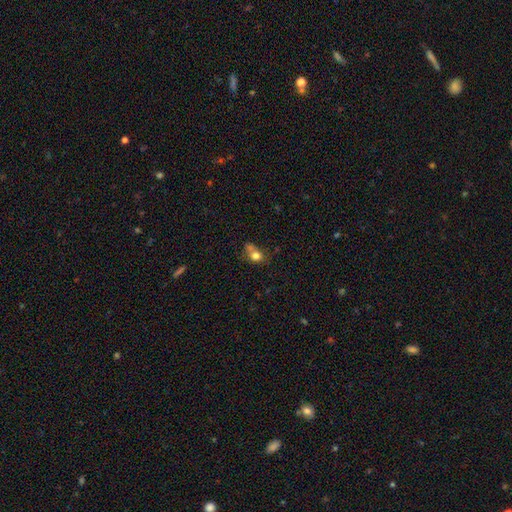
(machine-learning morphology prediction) A smooth galaxy with no disk features (75%) that is round (53%). Merging: none (36%).